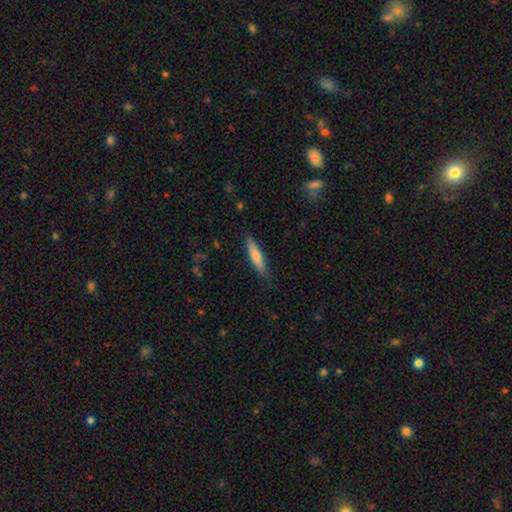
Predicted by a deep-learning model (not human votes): The model was most divided on "smooth or featured": smooth: 65%, featured or disk: 29%, star or artifact: 6%. More confident: merging — none (85%); how rounded — cigar-shaped (84%).